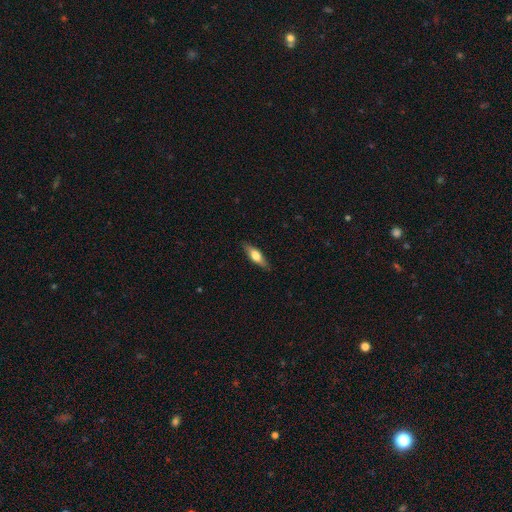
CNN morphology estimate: type=smooth (58%); roundness=in between (50%); merging=none (83%).